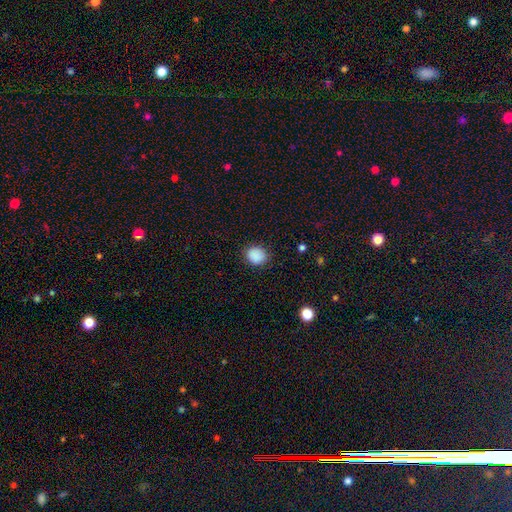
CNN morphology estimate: smooth_or_featured: smooth (p=0.88) [alt: star or artifact p=0.09]
how_rounded: round (p=0.68) [alt: in between p=0.32]
merging: none (p=0.85) [alt: minor disturbance p=0.11]